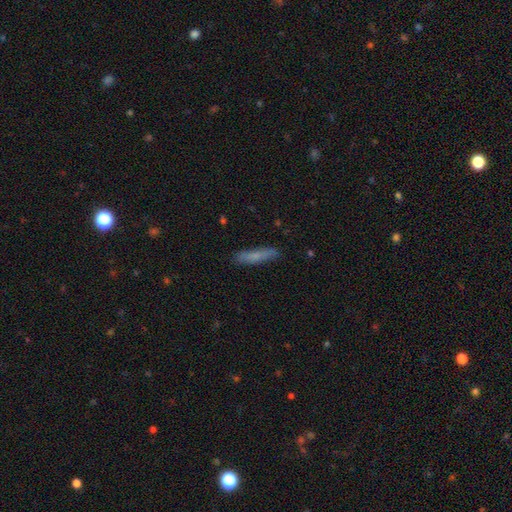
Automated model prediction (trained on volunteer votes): A smooth galaxy with no disk features (71%) that is cigar-shaped (87%). Merging: none (87%).